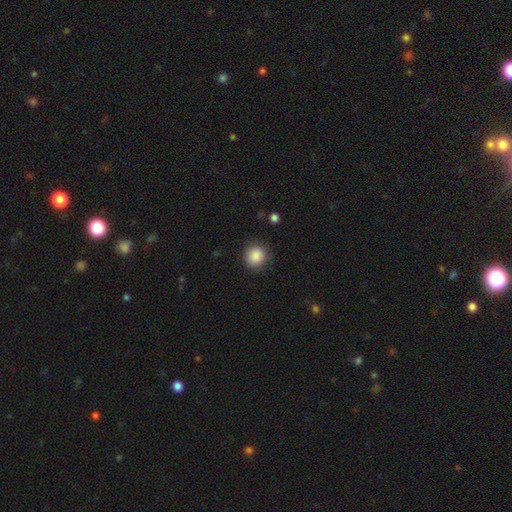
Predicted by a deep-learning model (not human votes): Smooth or featured? Predicted: smooth (p=0.88). How rounded? Predicted: round (p=0.90). Merging? Predicted: none (p=0.87).